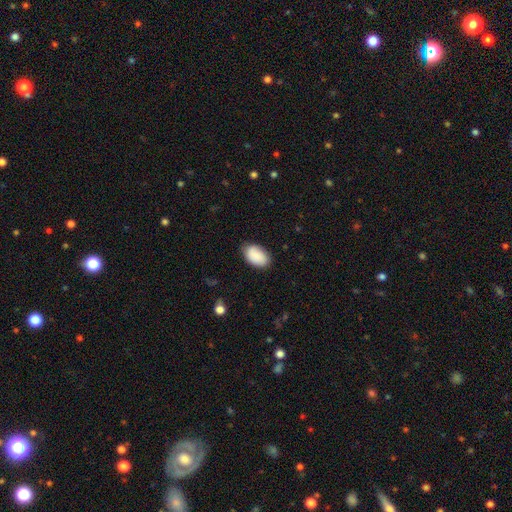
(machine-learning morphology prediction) The model was most divided on "merging": none: 81%, minor disturbance: 15%, major disturbance: 3%, merger: 1%. More confident: how rounded — in between (93%); smooth or featured — smooth (90%).